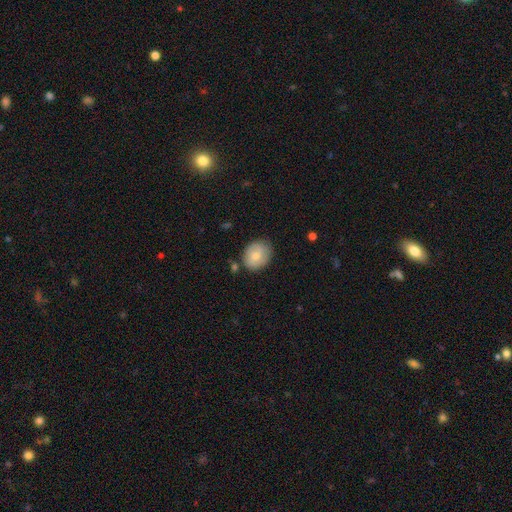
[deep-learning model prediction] Smooth or featured? Predicted: smooth (p=0.71). How rounded? Predicted: round (p=0.51). Merging? Predicted: none (p=0.75).